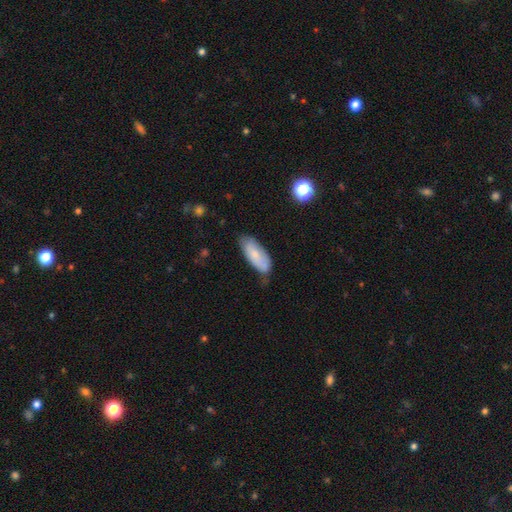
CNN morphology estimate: type=smooth (74%); roundness=in between (80%); merging=none (60%).